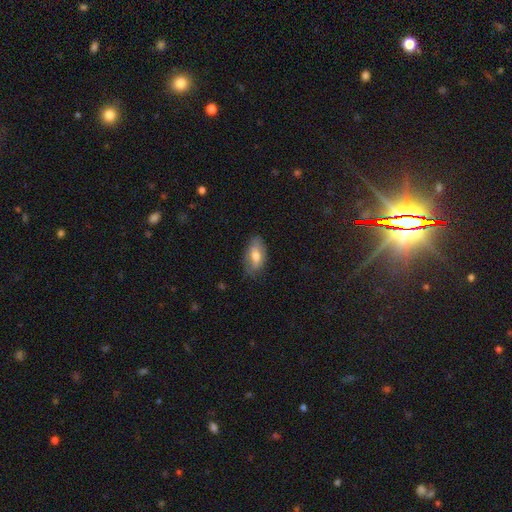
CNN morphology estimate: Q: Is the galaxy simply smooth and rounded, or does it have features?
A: smooth — 64%.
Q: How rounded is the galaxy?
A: in between — 89%.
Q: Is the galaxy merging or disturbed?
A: none — 72%.